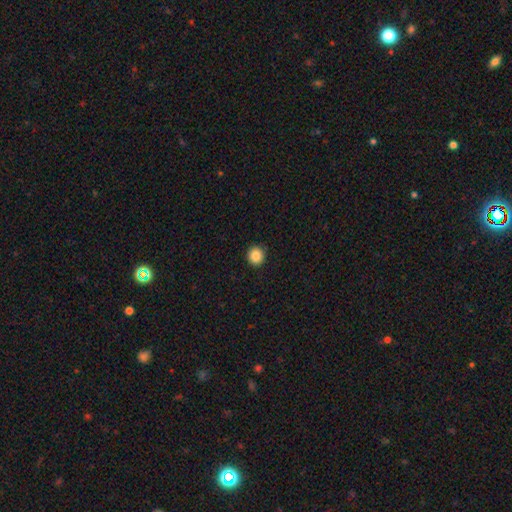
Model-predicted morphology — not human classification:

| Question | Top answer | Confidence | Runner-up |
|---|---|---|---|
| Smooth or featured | smooth | 86% | star or artifact (10%) |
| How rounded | round | 90% | in between (9%) |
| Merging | none | 92% | minor disturbance (5%) |